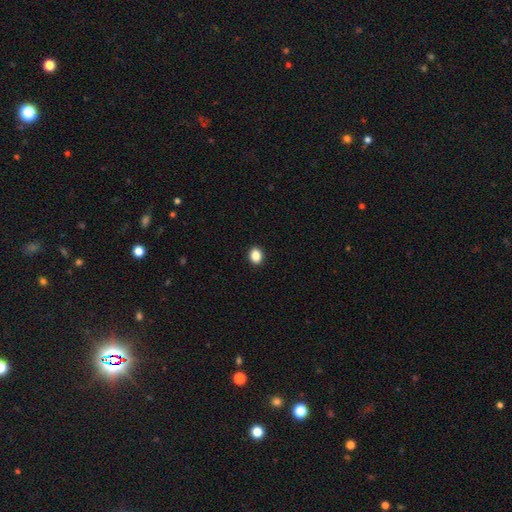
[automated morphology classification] type=smooth (87%); roundness=round (51%); merging=none (92%).